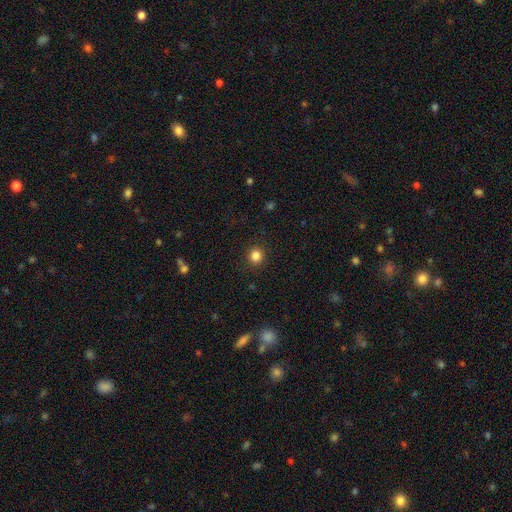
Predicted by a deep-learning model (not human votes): smooth-or-featured: smooth: 84% | star or artifact: 12% | featured or disk: 4%
  how-rounded: round: 90% | in between: 10% | cigar-shaped: 1%
  merging: none: 91% | minor disturbance: 6% | major disturbance: 2% | merger: 1%